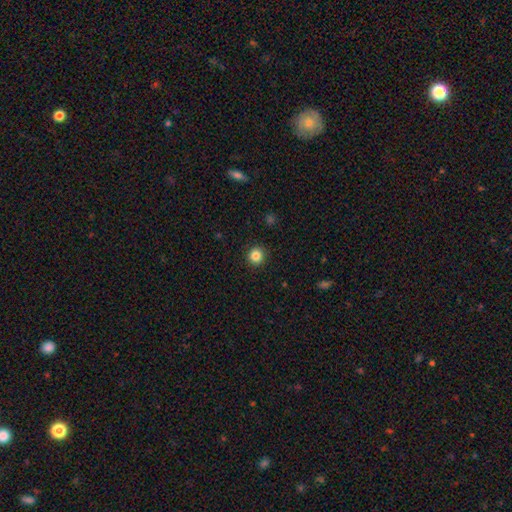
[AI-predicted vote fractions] This is clearly a smooth galaxy (85%). How rounded: clearly round (93%). Merging: clearly none (92%).